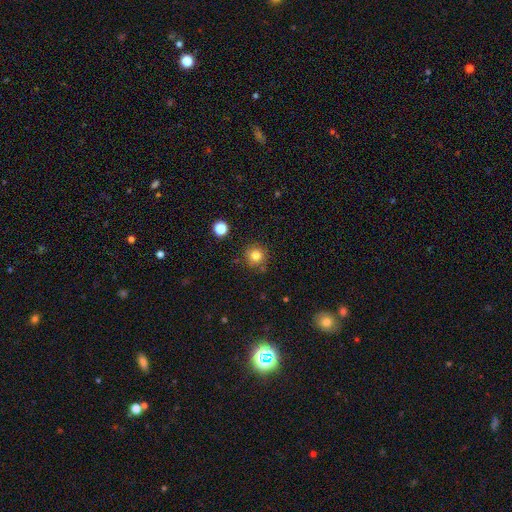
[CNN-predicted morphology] A smooth galaxy with no disk features (82%) that is round (94%). Merging: none (85%).